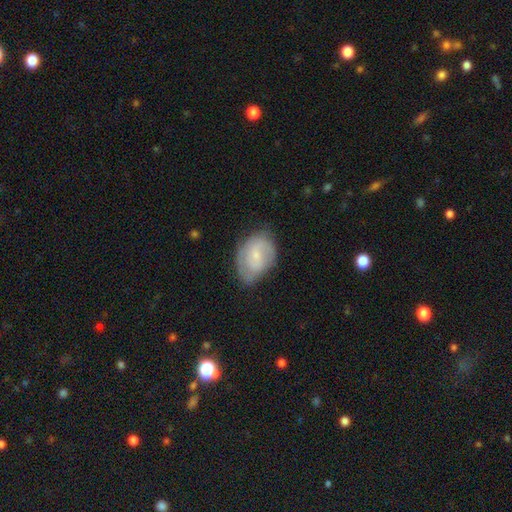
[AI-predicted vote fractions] This appears to be a featured or disk galaxy (52%) with a weak bar (48%), spiral arms (78%) and a small central bulge (65%). Merging: none (63%).